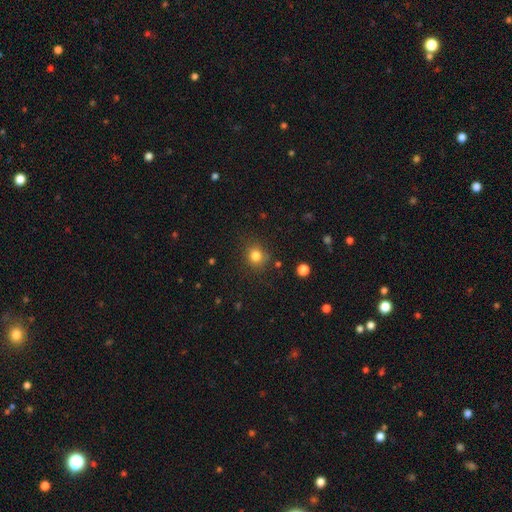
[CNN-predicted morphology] Smooth or featured? Predicted: smooth (p=0.82). How rounded? Predicted: round (p=0.84). Merging? Predicted: none (p=0.82).